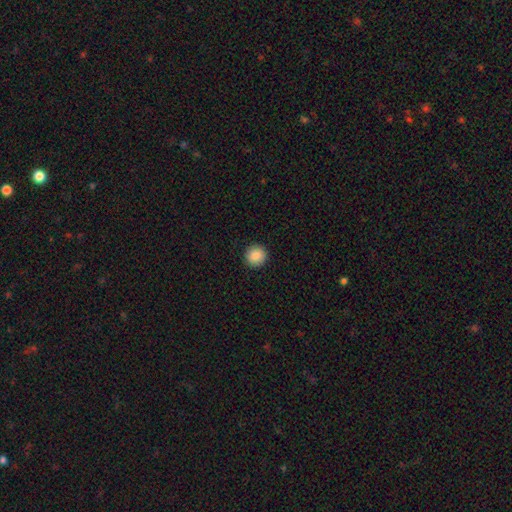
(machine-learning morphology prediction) A smooth galaxy with no disk features (87%) that is round (94%). Merging: none (93%).